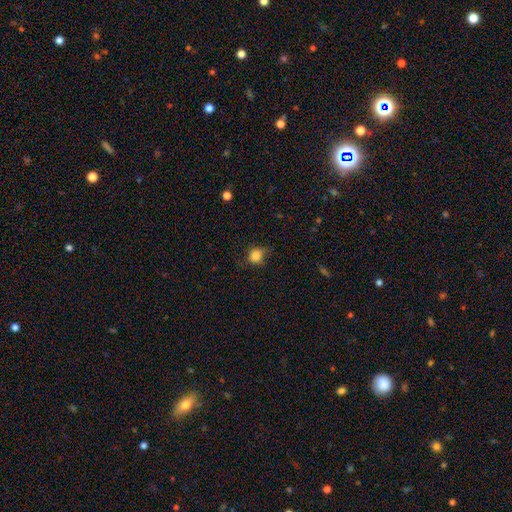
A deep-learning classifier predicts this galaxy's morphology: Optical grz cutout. It shows a smooth galaxy with no disk features (83%) that is round (73%). Merging: none (58%).